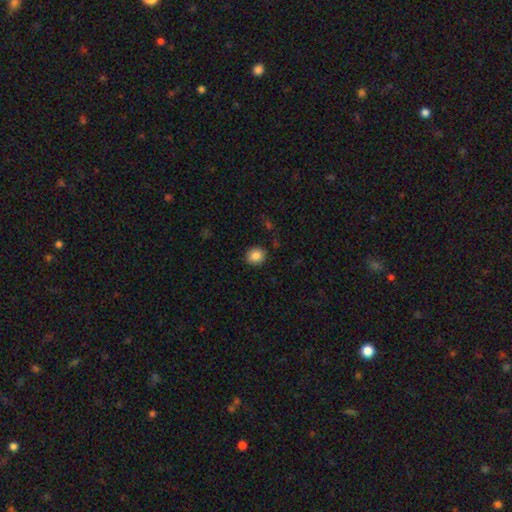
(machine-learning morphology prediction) A smooth galaxy with no disk features (86%) that is round (80%).

Vote fractions:
- Smooth or featured? smooth: 86% / star or artifact: 9% / featured or disk: 6%
- How rounded? round: 80% / in between: 19% / cigar-shaped: 1%
- Merging? none: 89% / minor disturbance: 8% / major disturbance: 2% / merger: 1%